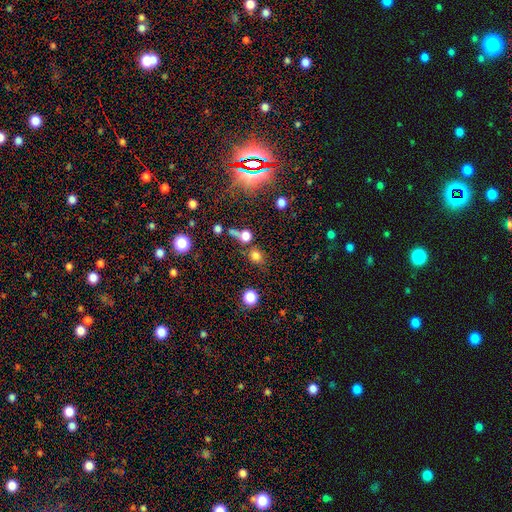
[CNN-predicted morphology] This is likely a smooth galaxy (75%). How rounded: likely round (75%). Merging: likely none (67%).